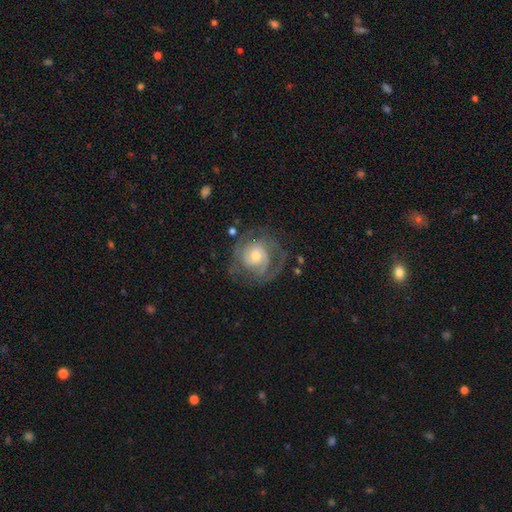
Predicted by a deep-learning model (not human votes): Morphology: type=featured or disk (76%); edge-on=no (98%); bar=no (73%); spiral arms=yes (88%); winding=tight (54%); arm count=2 (37%); bulge=moderate (50%); merging=none (68%).